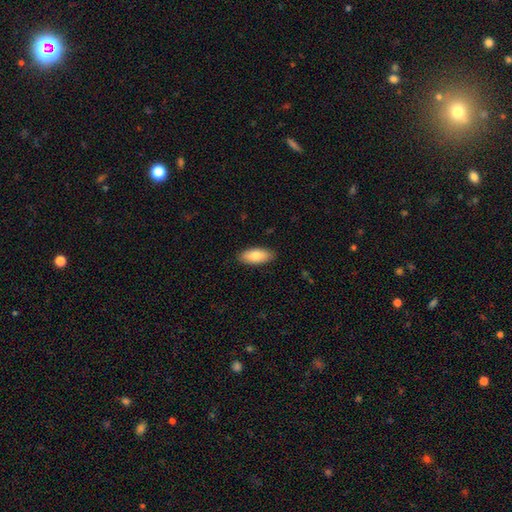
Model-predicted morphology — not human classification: smooth-or-featured: smooth: 83% | featured or disk: 12% | star or artifact: 6%
  how-rounded: in between: 88% | cigar-shaped: 10% | round: 2%
  merging: none: 88% | minor disturbance: 9% | major disturbance: 2% | merger: 1%